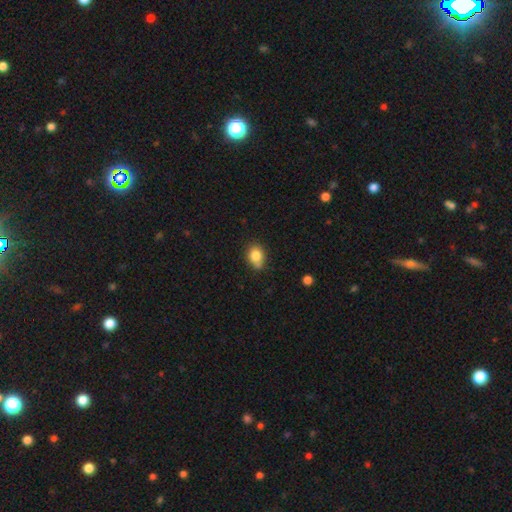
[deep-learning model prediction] Smooth or featured? smooth (82%)
How rounded? round (55%)
Merging? none (61%)